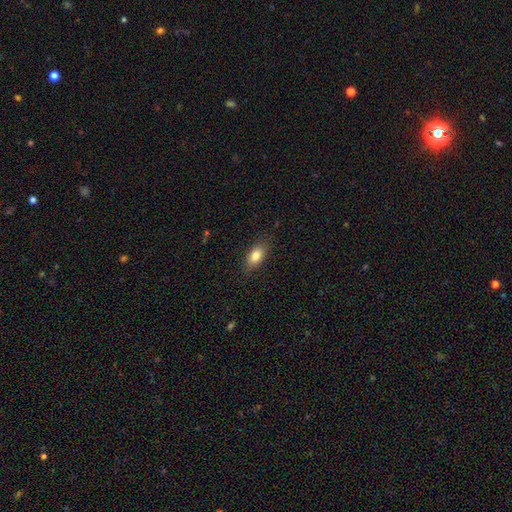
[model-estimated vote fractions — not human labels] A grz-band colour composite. It shows a smooth galaxy with no disk features (82%) that is in between round and cigar-shaped (85%). Merging: none (82%).